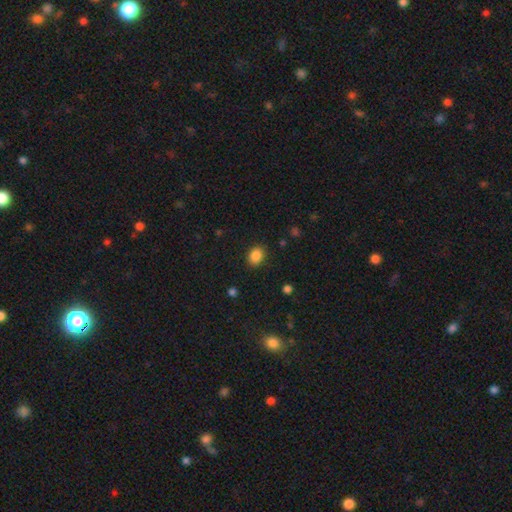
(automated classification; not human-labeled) Overall: smooth (87%). How rounded: in between (55%; round 44%). Merging: none (86%).